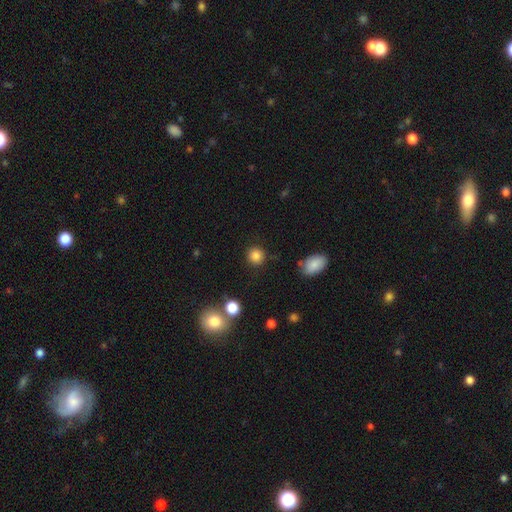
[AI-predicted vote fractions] A smooth galaxy with no disk features (84%) that is round (91%).

Vote fractions:
- Smooth or featured? smooth: 84% / star or artifact: 11% / featured or disk: 5%
- How rounded? round: 91% / in between: 8% / cigar-shaped: 1%
- Merging? none: 88% / minor disturbance: 7% / major disturbance: 3% / merger: 3%